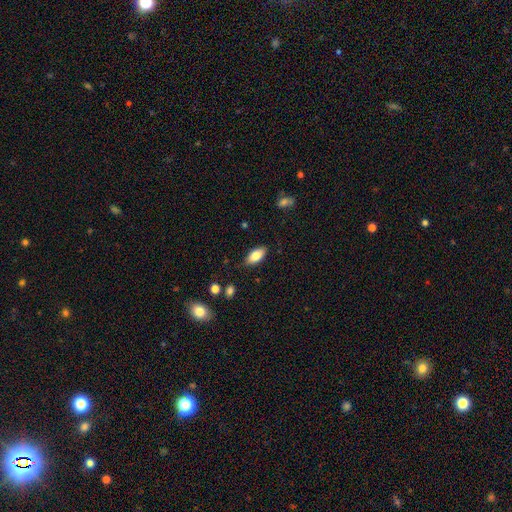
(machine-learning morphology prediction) This appears to be a smooth galaxy with no disk features (82%) that is in between round and cigar-shaped (90%). Merging: none (84%).